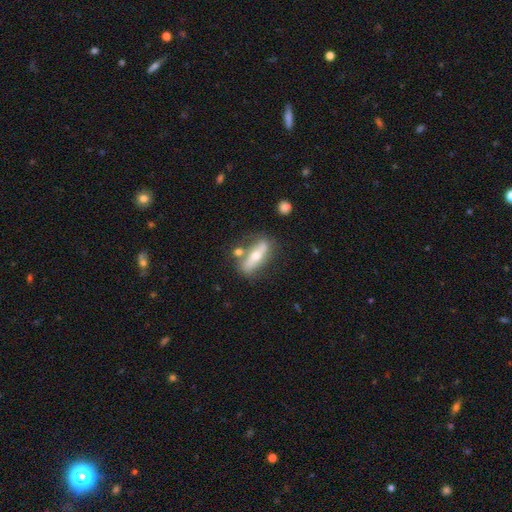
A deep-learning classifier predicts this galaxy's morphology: smooth-or-featured: featured or disk: 58% | smooth: 35% | star or artifact: 7%
  disk-edge-on: yes: 67% | no: 33%
  merging: none: 73% | minor disturbance: 14% | merger: 9% | major disturbance: 5%